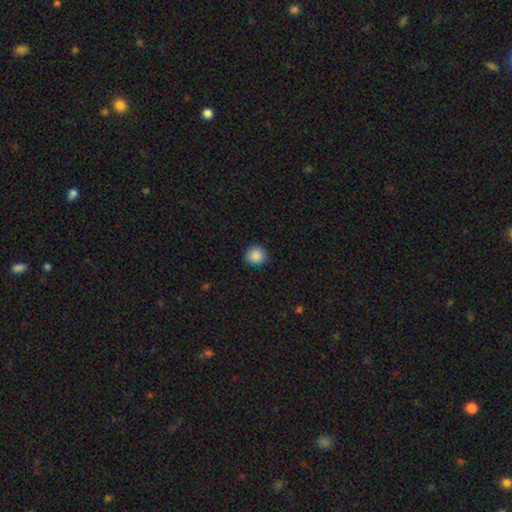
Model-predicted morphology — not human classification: smooth 88%, star or artifact 9%, featured or disk 3%. Down the decision tree: how rounded — round (90%); merging — none (91%).